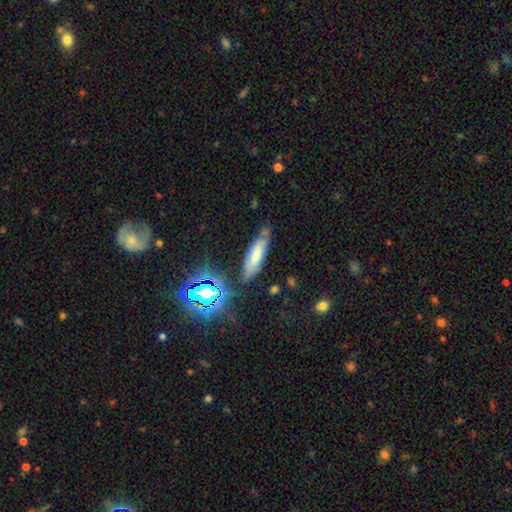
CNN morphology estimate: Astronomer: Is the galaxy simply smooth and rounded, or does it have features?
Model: smooth — 63%.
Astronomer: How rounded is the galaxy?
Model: cigar-shaped — 53% (runner-up: in between, 45%).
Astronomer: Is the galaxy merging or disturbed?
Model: none — 70%.